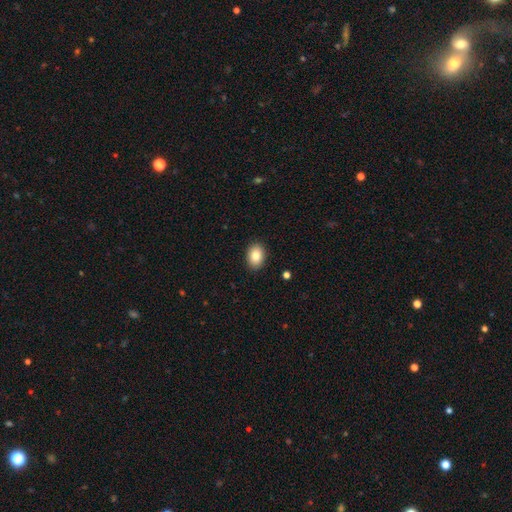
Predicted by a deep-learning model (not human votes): Smooth or featured?
  - smooth: 84% *
  - featured or disk: 8%
  - star or artifact: 8%
How rounded?
  - in between: 75% *
  - round: 24%
  - cigar-shaped: 1%
Merging?
  - none: 90% *
  - minor disturbance: 7%
  - major disturbance: 2%
  - merger: 1%